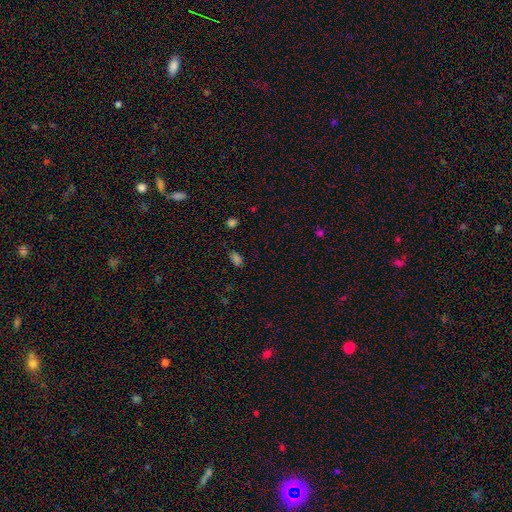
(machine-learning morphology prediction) smooth-or-featured: smooth: 71% | star or artifact: 24% | featured or disk: 5%
  how-rounded: in between: 85% | round: 12% | cigar-shaped: 3%
  merging: none: 79% | minor disturbance: 14% | major disturbance: 4% | merger: 3%